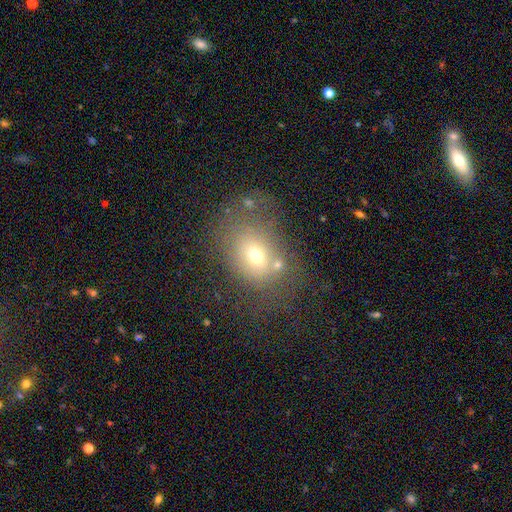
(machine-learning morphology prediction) Overall: smooth (63%). How rounded: in between (59%; round 40%). Merging: none (51%; minor disturbance 20%).